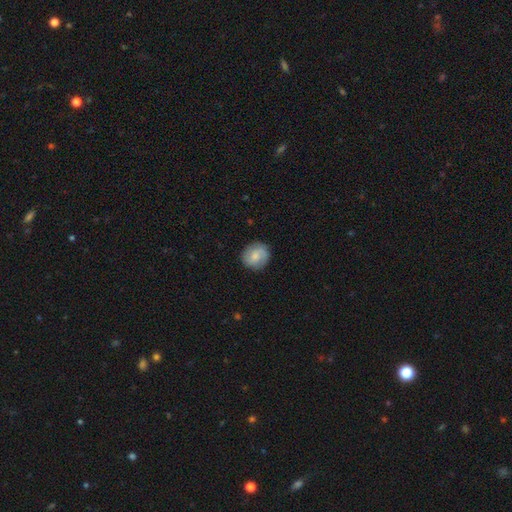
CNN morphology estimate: A smooth galaxy with no disk features (50%) that is round (78%). Merging: none (84%).